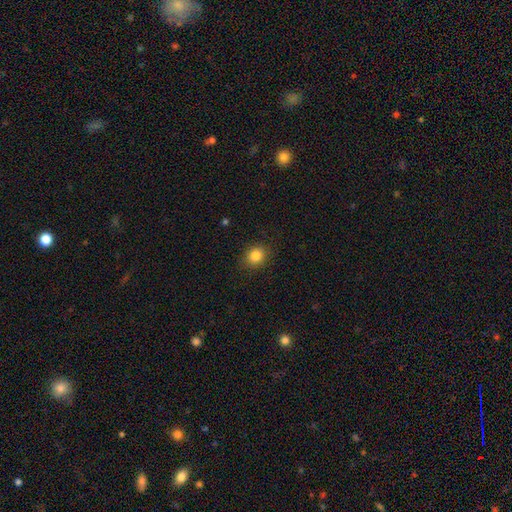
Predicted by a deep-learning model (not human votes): This appears to be a smooth galaxy with no disk features (84%) that is round (70%). Merging: none (88%).